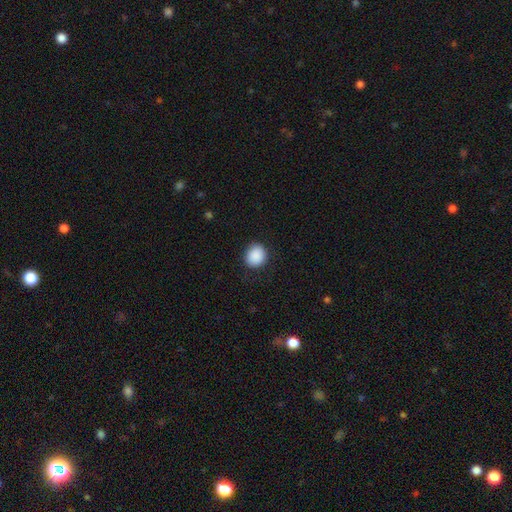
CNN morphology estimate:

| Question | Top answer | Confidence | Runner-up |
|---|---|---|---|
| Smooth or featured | smooth | 90% | star or artifact (8%) |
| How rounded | round | 73% | in between (26%) |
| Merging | none | 87% | minor disturbance (9%) |